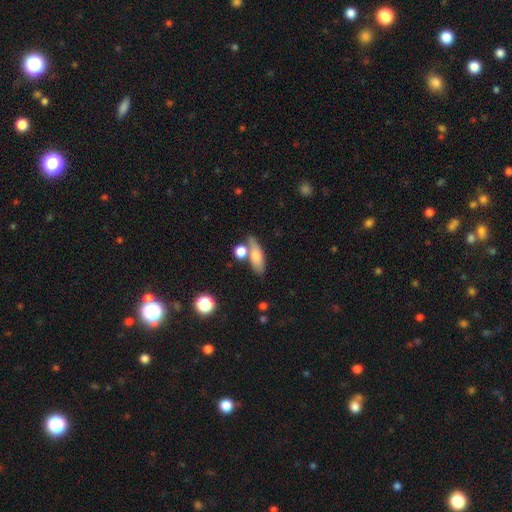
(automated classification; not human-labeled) smooth 75%, featured or disk 17%, star or artifact 8%. Down the decision tree: how rounded — in between (62%); merging — none (57%).